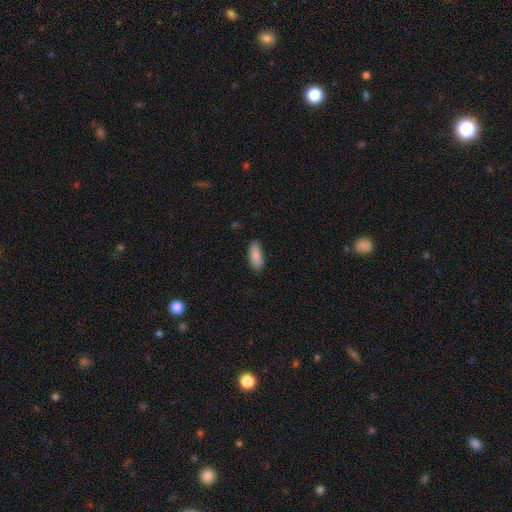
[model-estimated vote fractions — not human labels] Morphology: type=smooth (88%); roundness=in between (82%); merging=none (86%).